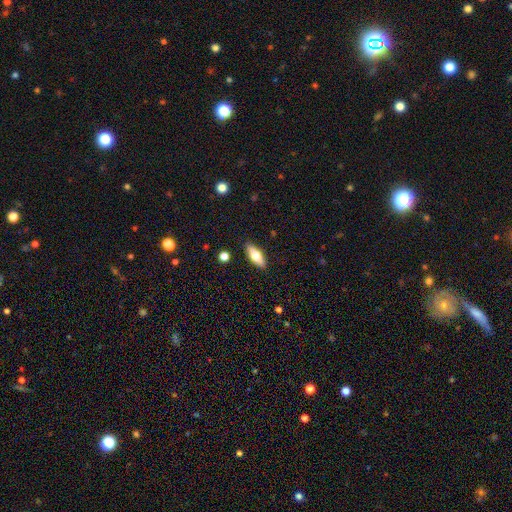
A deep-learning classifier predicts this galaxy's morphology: type=smooth (63%); roundness=in between (69%); merging=none (88%).